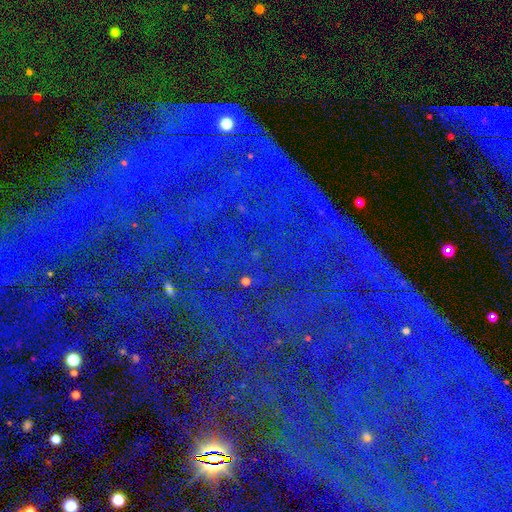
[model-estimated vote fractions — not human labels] Smooth or featured? Predicted: star or artifact (p=0.85).